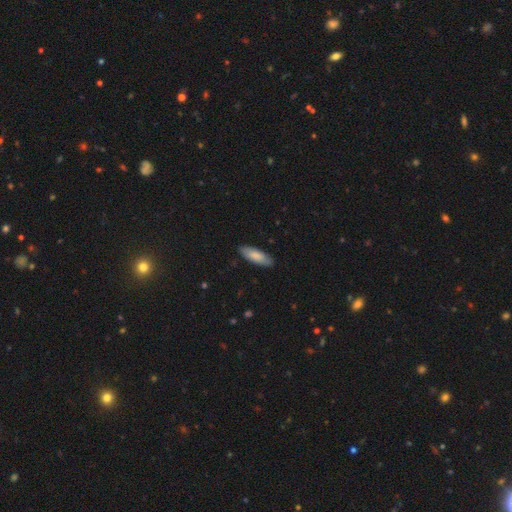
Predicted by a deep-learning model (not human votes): Morphology: type=smooth (80%); roundness=in between (66%); merging=none (86%).